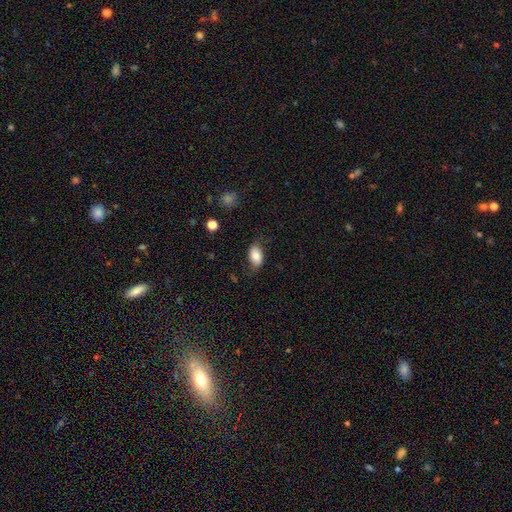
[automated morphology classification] A smooth galaxy with no disk features (78%) that is in between round and cigar-shaped (91%). Merging: none (69%).